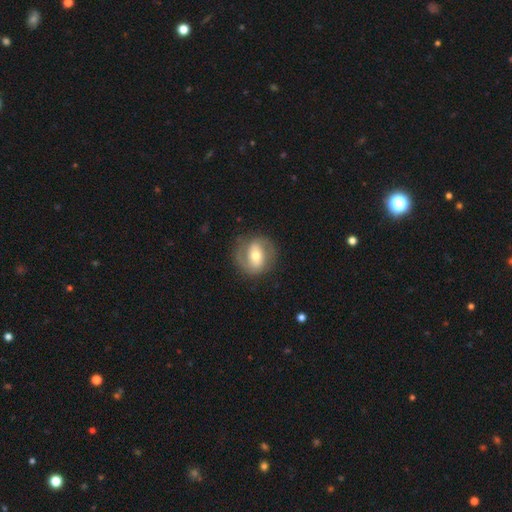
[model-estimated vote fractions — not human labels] smooth-or-featured: featured or disk: 62% | smooth: 32% | star or artifact: 7%
  disk-edge-on: no: 96% | yes: 4%
    bar: weak: 37% | strong: 34% | no: 29%
    has-spiral-arms: yes: 69% | no: 31%
    bulge-size: moderate: 68% | small: 20% | large: 10% | dominant: 1% | none: 1%
  merging: none: 79% | minor disturbance: 13% | major disturbance: 6% | merger: 1%